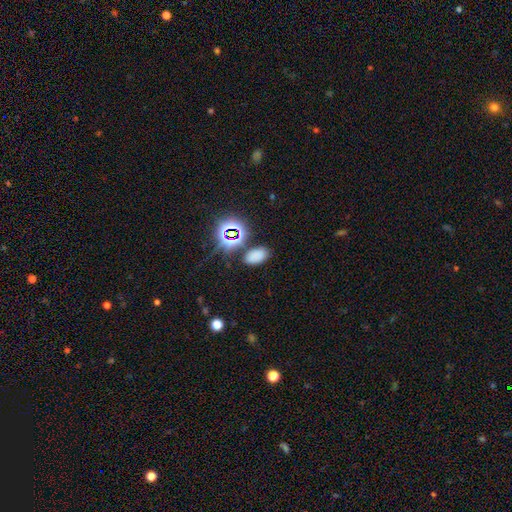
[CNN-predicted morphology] A smooth galaxy with no disk features (68%) that is in between round and cigar-shaped (90%). Merging: none (80%).